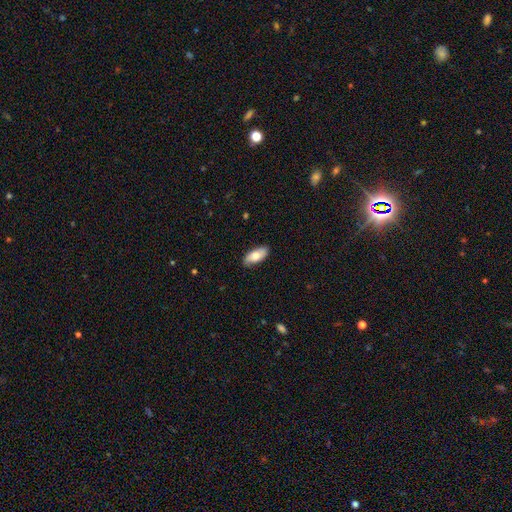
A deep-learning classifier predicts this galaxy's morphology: The model was most divided on "smooth or featured": smooth: 75%, featured or disk: 19%, star or artifact: 6%. More confident: how rounded — in between (87%); merging — none (84%).